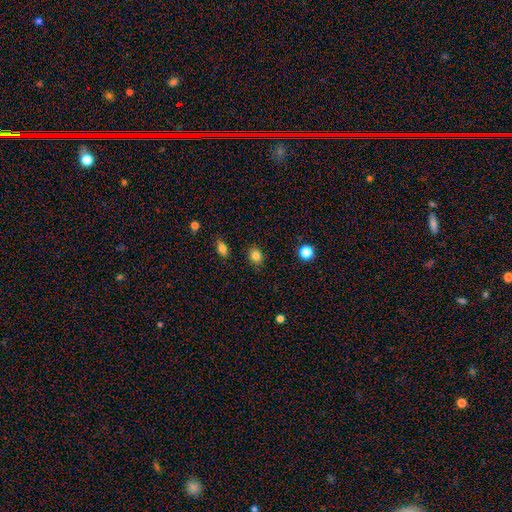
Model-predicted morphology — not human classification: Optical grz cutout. It shows a smooth galaxy with no disk features (83%) that is round (55%). Merging: none (88%).